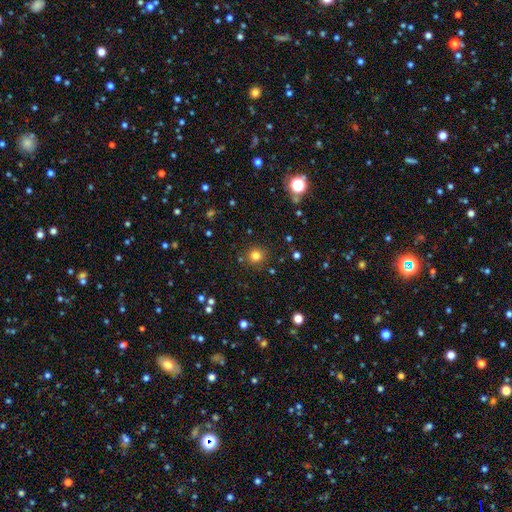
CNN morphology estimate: Smooth or featured? smooth (79%)
How rounded? round (91%)
Merging? none (87%)